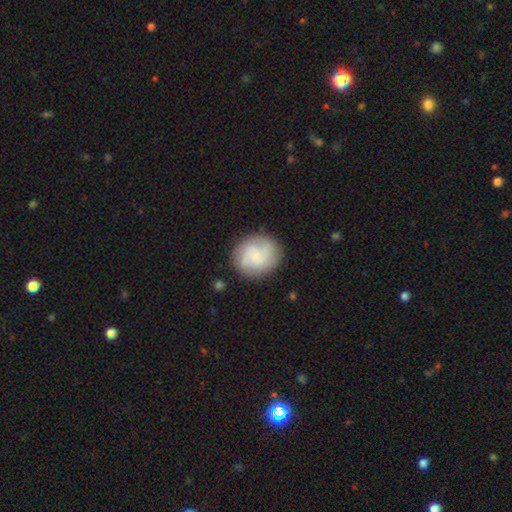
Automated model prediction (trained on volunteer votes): Smooth or featured?
  - featured or disk: 62% *
  - smooth: 31%
  - star or artifact: 7%
Edge-on disk?
  - no: 98% *
  - yes: 2%
Bar?
  - no: 64% *
  - weak: 32%
  - strong: 4%
Spiral arms?
  - yes: 94% *
  - no: 6%
Spiral winding?
  - tight: 43% *
  - medium: 42%
  - loose: 15%
Spiral arm count?
  - 3: 38% *
  - 2: 26%
  - can't tell: 18%
  - 4: 8%
  - 1: 5%
  - more than 4: 5%
Bulge size?
  - small: 56% *
  - none: 24%
  - moderate: 16%
  - large: 3%
  - dominant: 1%
Merging?
  - none: 83% *
  - minor disturbance: 12%
  - major disturbance: 4%
  - merger: 1%